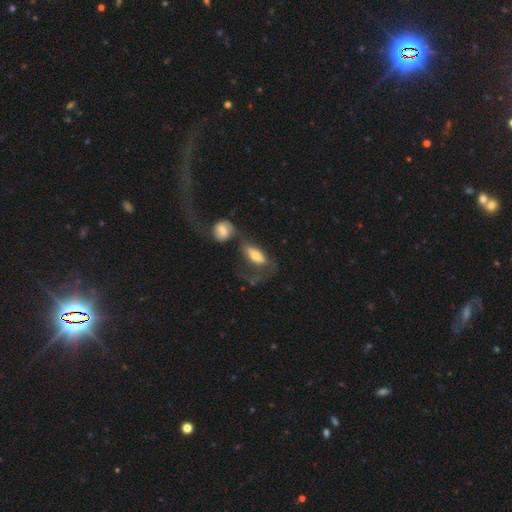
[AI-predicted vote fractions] Smooth or featured?
  - smooth: 60% *
  - featured or disk: 33%
  - star or artifact: 7%
How rounded?
  - in between: 82% *
  - cigar-shaped: 14%
  - round: 4%
Merging?
  - major disturbance: 32% *
  - merger: 30%
  - none: 24%
  - minor disturbance: 15%